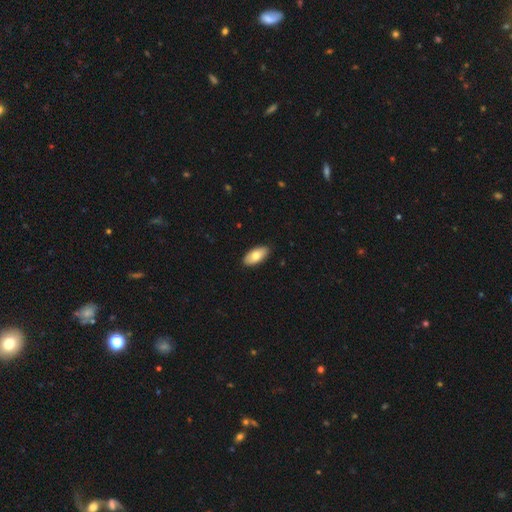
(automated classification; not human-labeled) smooth-or-featured: smooth: 77% | featured or disk: 17% | star or artifact: 6%
  how-rounded: in between: 92% | cigar-shaped: 6% | round: 2%
  merging: none: 89% | minor disturbance: 8% | major disturbance: 2% | merger: 1%